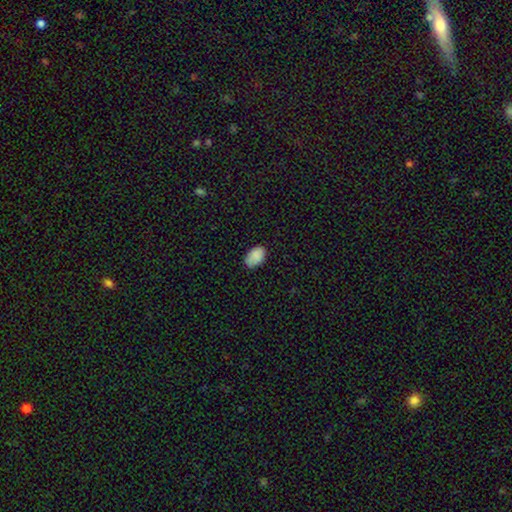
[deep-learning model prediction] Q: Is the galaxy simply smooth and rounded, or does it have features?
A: smooth — 88%.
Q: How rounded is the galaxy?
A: in between — 90%.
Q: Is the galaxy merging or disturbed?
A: none — 79%.